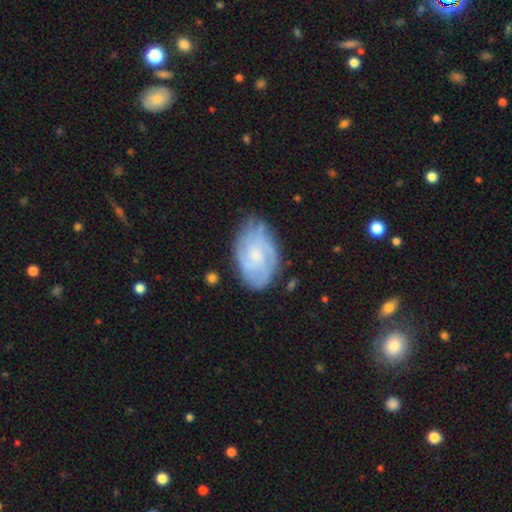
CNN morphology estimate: A featured or disk galaxy (66%) with no bar (66%), tight (54%) spiral arms (86%) and a small central bulge (47%).

Vote fractions:
- Smooth or featured? featured or disk: 66% / smooth: 27% / star or artifact: 7%
- Edge-on disk? no: 96% / yes: 4%
- Bar? no: 66% / weak: 30% / strong: 4%
- Spiral arms? yes: 86% / no: 14%
- Spiral winding? tight: 54% / medium: 34% / loose: 12%
- Spiral arm count? can't tell: 47% / 3: 17% / 4: 14% / 2: 13% / more than 4: 5% / 1: 5%
- Bulge size? small: 47% / moderate: 29% / none: 20% / large: 3% / dominant: 1%
- Merging? none: 68% / minor disturbance: 23% / major disturbance: 7% / merger: 2%